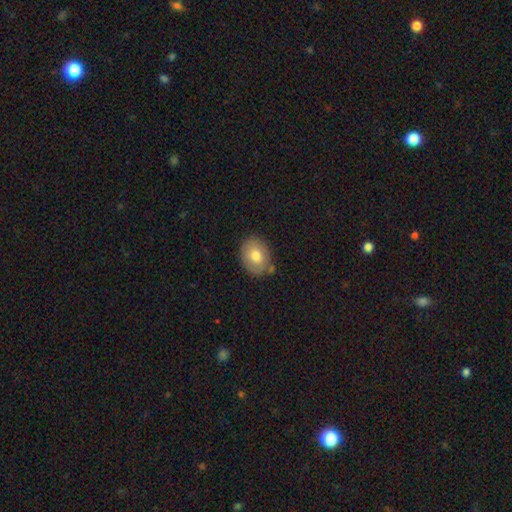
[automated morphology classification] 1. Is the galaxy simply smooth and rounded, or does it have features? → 76% smooth, 16% featured or disk, 8% star or artifact.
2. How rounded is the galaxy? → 55% in between, 44% round, 1% cigar-shaped.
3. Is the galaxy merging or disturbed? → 78% none, 15% minor disturbance, 5% merger, 3% major disturbance.